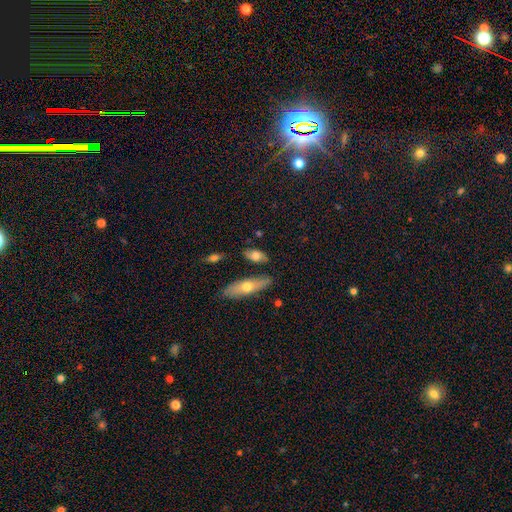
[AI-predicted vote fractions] smooth-or-featured: smooth: 64% | featured or disk: 29% | star or artifact: 7%
  how-rounded: in between: 76% | cigar-shaped: 18% | round: 6%
  merging: none: 68% | minor disturbance: 17% | merger: 10% | major disturbance: 5%